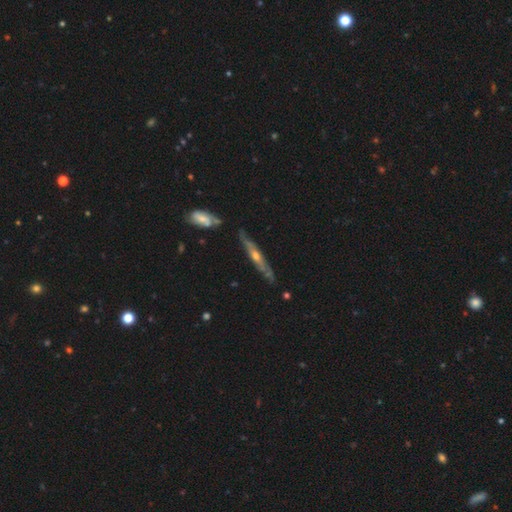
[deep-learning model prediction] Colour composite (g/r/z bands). It shows a featured or disk galaxy (74%) viewed edge-on (89%) with a rounded central bulge (80%). Merging: none (79%).